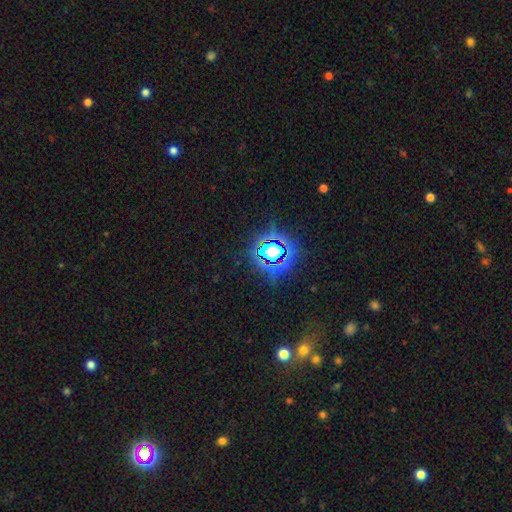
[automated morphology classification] Q: Smooth or featured?
A: star or artifact (80%); runner-up: smooth (12%)